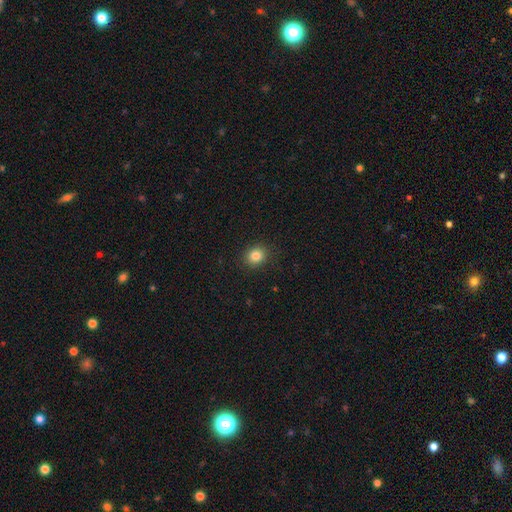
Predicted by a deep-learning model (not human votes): smooth_or_featured: smooth (p=0.83) [alt: star or artifact p=0.11]
how_rounded: round (p=0.74) [alt: in between p=0.25]
merging: none (p=0.90) [alt: minor disturbance p=0.07]